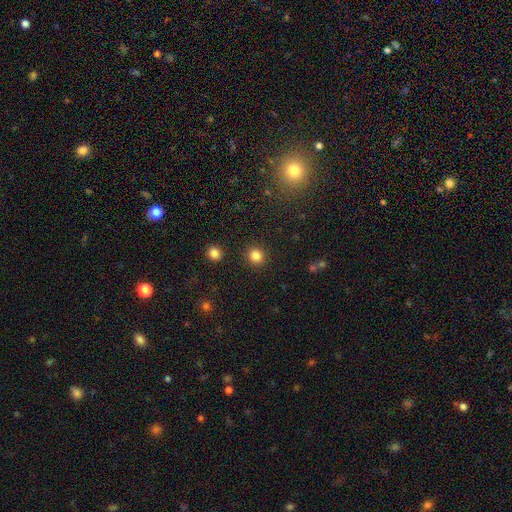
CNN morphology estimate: Q: Smooth or featured?
A: smooth (84%); runner-up: star or artifact (12%)
Q: How rounded?
A: round (89%); runner-up: in between (10%)
Q: Merging?
A: none (90%); runner-up: minor disturbance (6%)